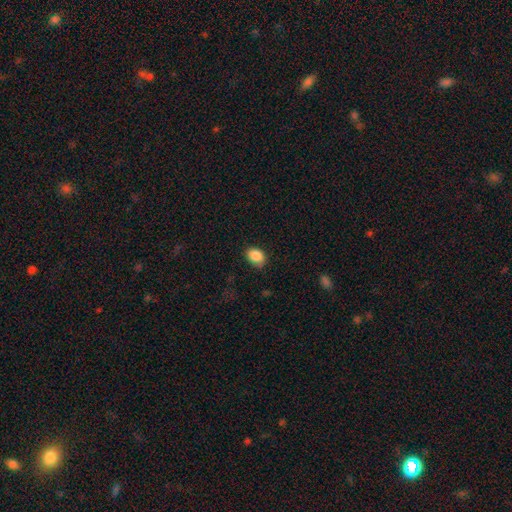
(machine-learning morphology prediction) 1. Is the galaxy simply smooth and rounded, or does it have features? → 88% smooth, 8% star or artifact, 4% featured or disk.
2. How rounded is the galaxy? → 76% in between, 23% round, 1% cigar-shaped.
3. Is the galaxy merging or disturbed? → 78% none, 17% minor disturbance, 4% major disturbance, 1% merger.